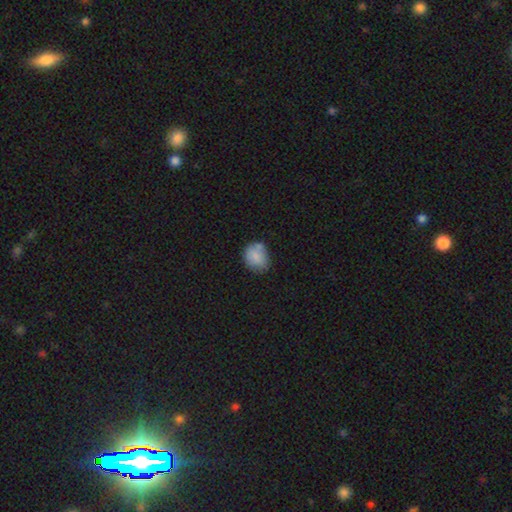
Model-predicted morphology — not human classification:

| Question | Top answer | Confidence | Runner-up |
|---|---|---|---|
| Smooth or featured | smooth | 81% | featured or disk (11%) |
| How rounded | in between | 50% | round (49%) |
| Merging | none | 56% | minor disturbance (25%) |